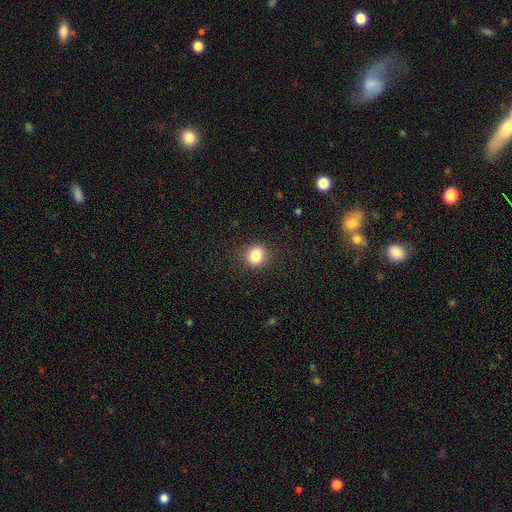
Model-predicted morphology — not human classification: This appears to be a smooth galaxy with no disk features (83%) that is round (87%). Merging: none (90%).